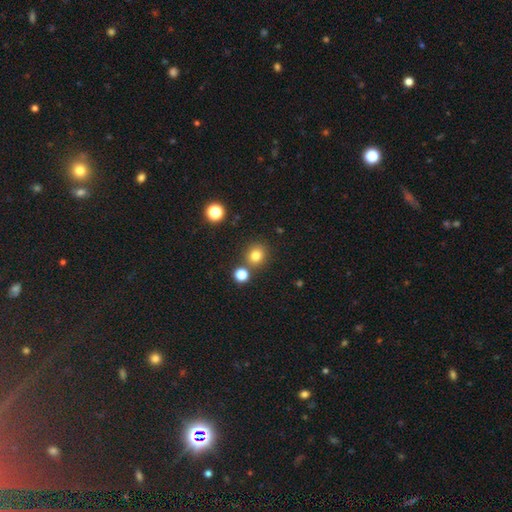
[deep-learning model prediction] This appears to be a smooth galaxy with no disk features (79%) that is round (86%). Merging: none (79%).